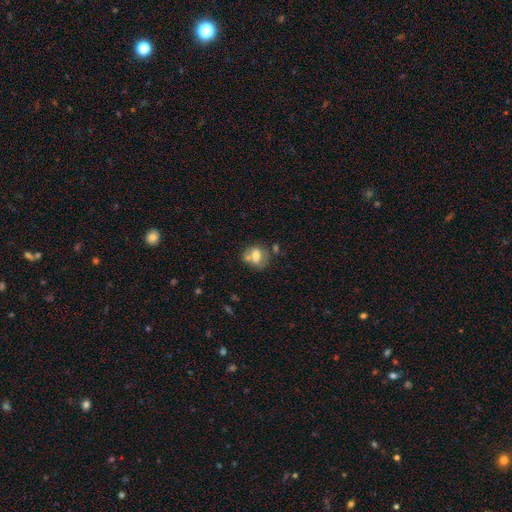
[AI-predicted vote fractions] Smooth or featured? smooth (62%)
How rounded? round (54%)
Merging? none (52%)